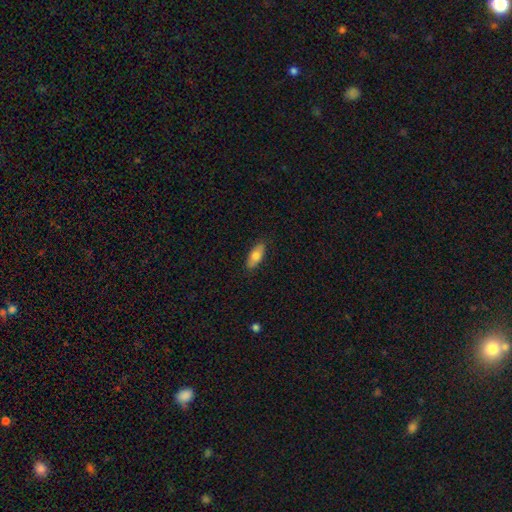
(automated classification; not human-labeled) Morphology: type=smooth (73%); roundness=in between (81%); merging=none (86%).